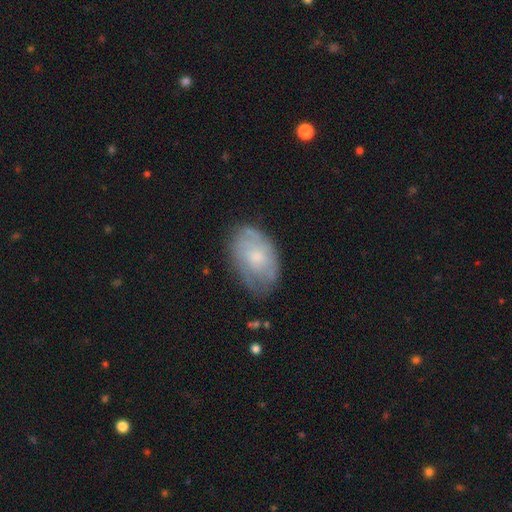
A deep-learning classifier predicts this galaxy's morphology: The model was most divided on "smooth or featured": featured or disk: 51%, smooth: 42%, star or artifact: 7%. More confident: edge-on disk — no (95%); merging — none (66%).